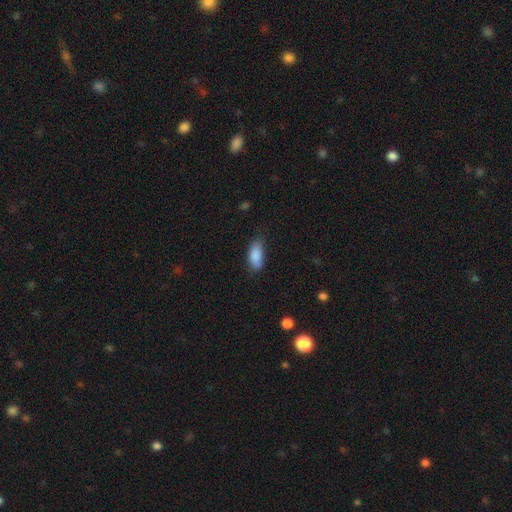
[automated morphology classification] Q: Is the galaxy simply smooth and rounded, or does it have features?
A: smooth — 88%.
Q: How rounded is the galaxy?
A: in between — 86%.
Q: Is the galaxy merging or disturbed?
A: none — 67%.